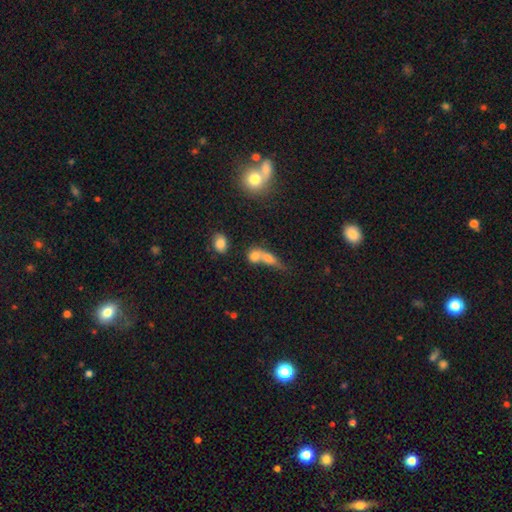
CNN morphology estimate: This appears to be a smooth galaxy with no disk features (68%) that is in between round and cigar-shaped (48%). Merging: merger (67%).